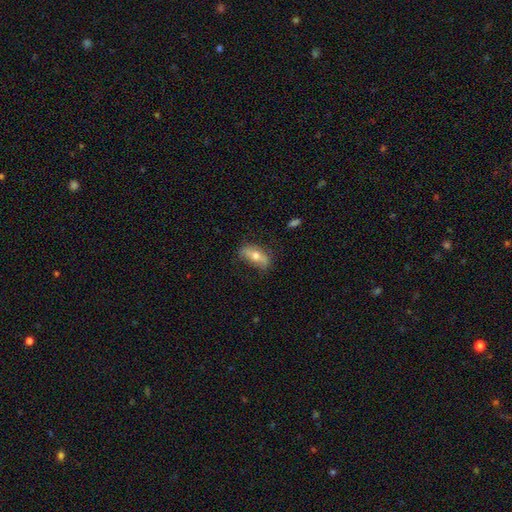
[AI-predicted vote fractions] Smooth or featured: smooth — 53% (featured or disk — 39%)
How rounded: in between — 69% (cigar-shaped — 26%)
Merging: none — 70% (minor disturbance — 22%)